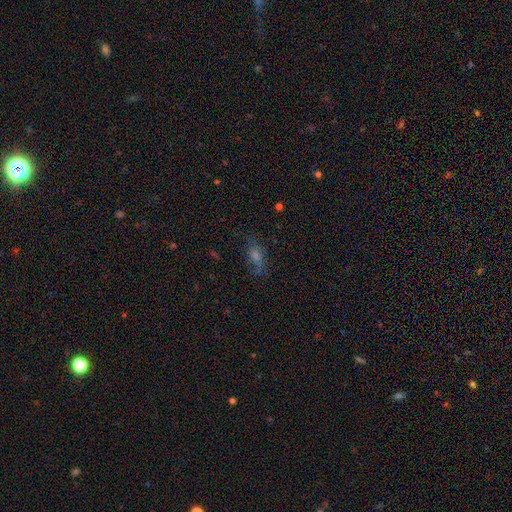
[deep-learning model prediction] Overall: smooth (38%; featured or disk 35%). Merging: none (70%).